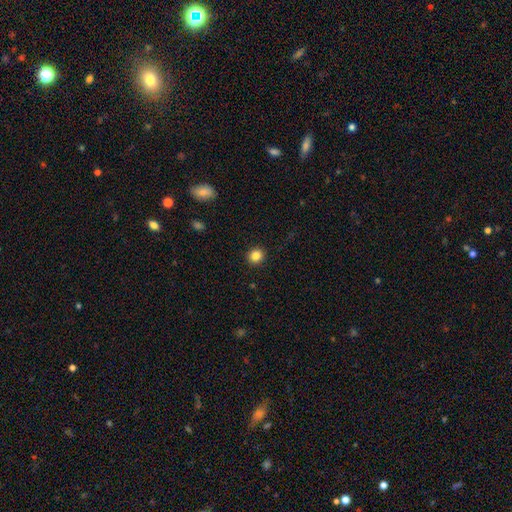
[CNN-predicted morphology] smooth 85%, star or artifact 11%, featured or disk 4%. Down the decision tree: how rounded — round (89%); merging — none (92%).